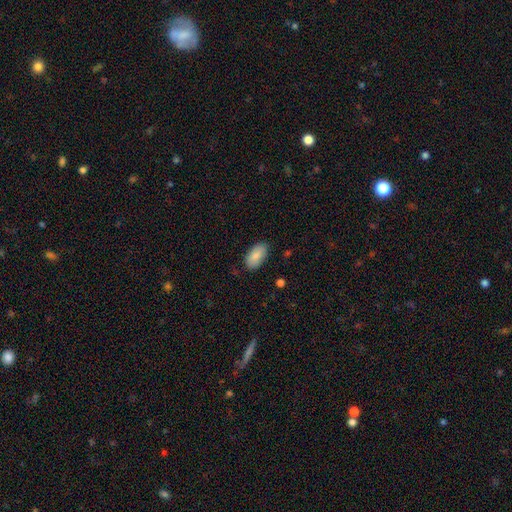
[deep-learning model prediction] Smooth or featured: smooth — 87% (featured or disk — 6%)
How rounded: in between — 95% (round — 3%)
Merging: none — 84% (minor disturbance — 13%)